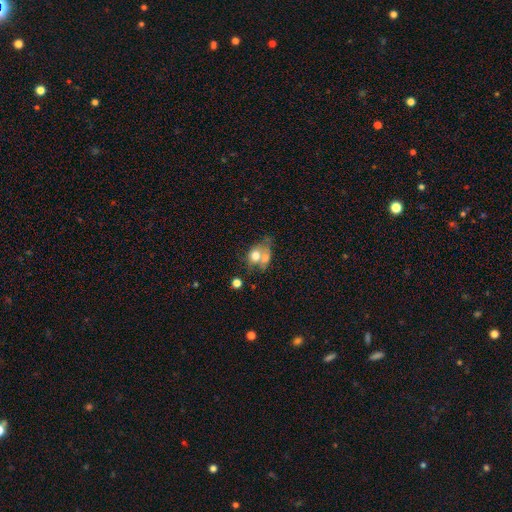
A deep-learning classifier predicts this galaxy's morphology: smooth_or_featured: smooth (p=0.65) [alt: featured or disk p=0.25]
how_rounded: in between (p=0.54) [alt: round p=0.45]
merging: merger (p=0.61) [alt: none p=0.22]